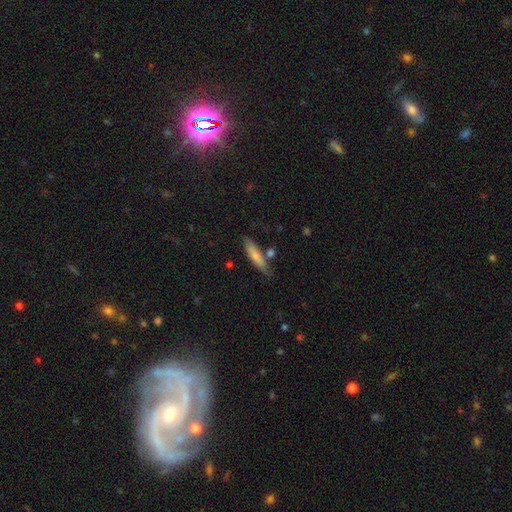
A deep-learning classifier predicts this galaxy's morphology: Smooth or featured?
  - smooth: 76% *
  - featured or disk: 18%
  - star or artifact: 6%
How rounded?
  - cigar-shaped: 77% *
  - in between: 22%
  - round: 2%
Merging?
  - none: 70% *
  - minor disturbance: 17%
  - merger: 9%
  - major disturbance: 4%